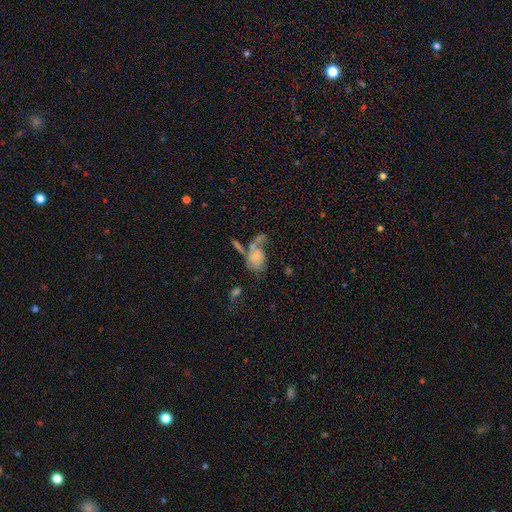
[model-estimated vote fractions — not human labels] The model was most divided on "merging": merger: 37%, none: 24%, major disturbance: 23%, minor disturbance: 16%. More confident: how rounded — in between (73%); smooth or featured — smooth (58%).